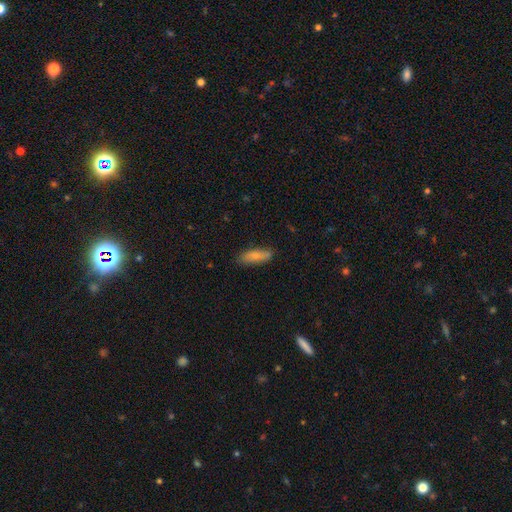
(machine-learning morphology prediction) smooth 82%, featured or disk 12%, star or artifact 7%. Down the decision tree: how rounded — in between (60%); merging — none (77%).